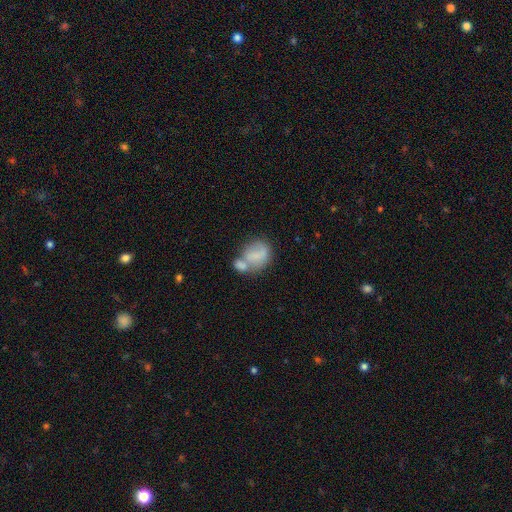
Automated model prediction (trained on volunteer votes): A smooth galaxy with no disk features (67%) that is in between round and cigar-shaped (60%).

Vote fractions:
- Smooth or featured? smooth: 67% / featured or disk: 24% / star or artifact: 9%
- How rounded? in between: 60% / round: 38% / cigar-shaped: 2%
- Merging? merger: 55% / none: 22% / minor disturbance: 13% / major disturbance: 10%